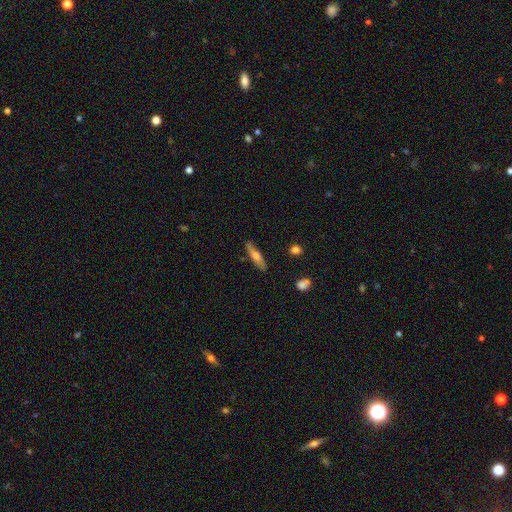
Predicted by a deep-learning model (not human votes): Smooth or featured: smooth — 56% (featured or disk — 37%)
How rounded: cigar-shaped — 76% (in between — 22%)
Merging: none — 81% (minor disturbance — 15%)